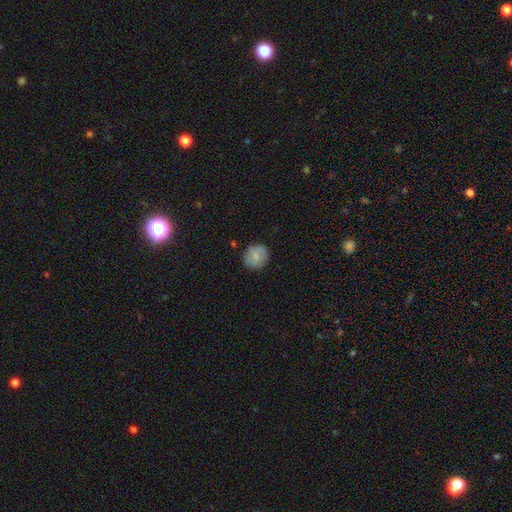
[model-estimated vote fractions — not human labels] Smooth or featured?
  - smooth: 76% *
  - featured or disk: 16%
  - star or artifact: 8%
How rounded?
  - round: 84% *
  - in between: 15%
  - cigar-shaped: 1%
Merging?
  - none: 82% *
  - minor disturbance: 14%
  - major disturbance: 3%
  - merger: 2%